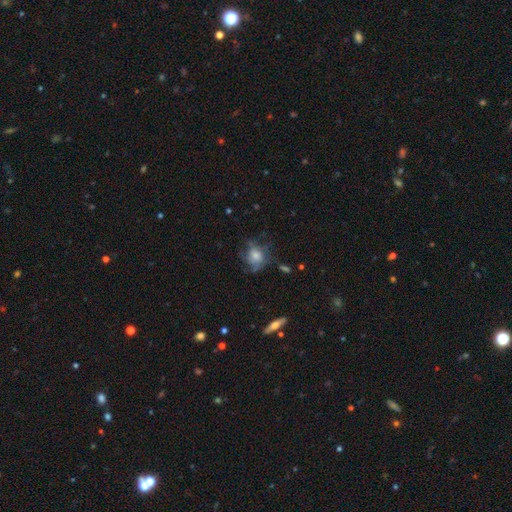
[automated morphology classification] smooth_or_featured: smooth (p=0.45) [alt: featured or disk p=0.43]
merging: none (p=0.52) [alt: minor disturbance p=0.24]